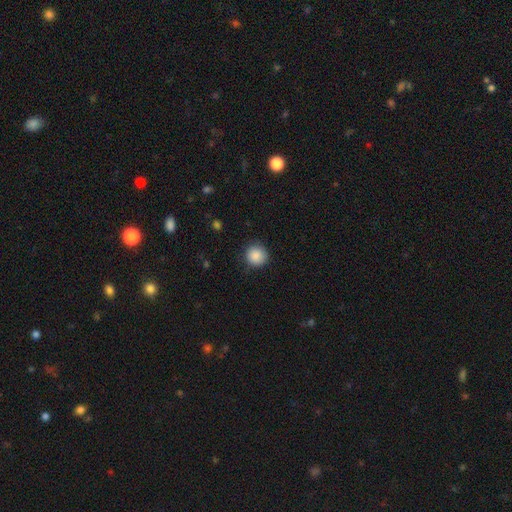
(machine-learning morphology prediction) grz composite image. It shows a smooth galaxy with no disk features (88%) that is round (93%). Merging: none (88%).